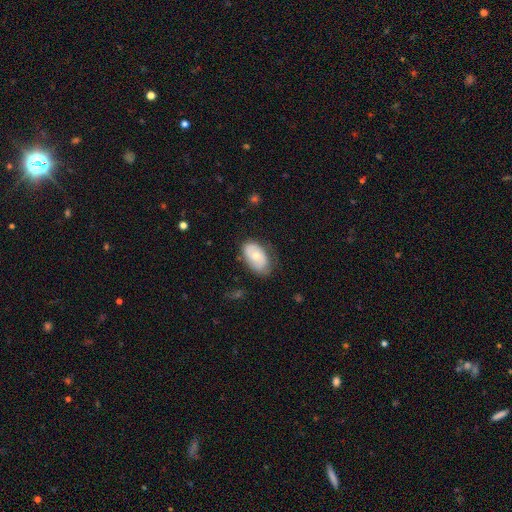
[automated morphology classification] This appears to be a smooth galaxy with no disk features (57%) that is in between round and cigar-shaped (91%). Merging: none (64%).